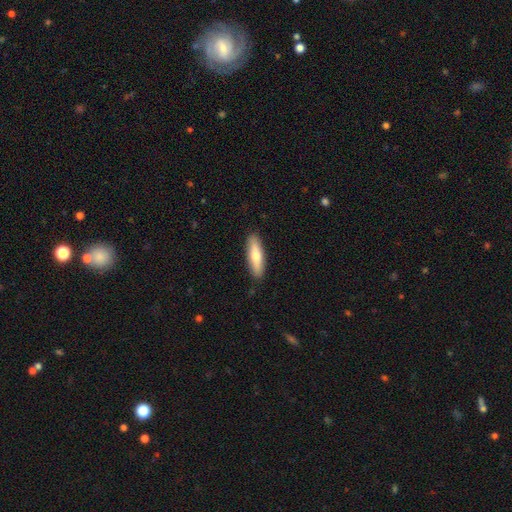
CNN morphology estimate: smooth-or-featured: smooth: 67% | featured or disk: 27% | star or artifact: 6%
  how-rounded: cigar-shaped: 62% | in between: 37% | round: 2%
  merging: none: 89% | minor disturbance: 8% | major disturbance: 2% | merger: 1%